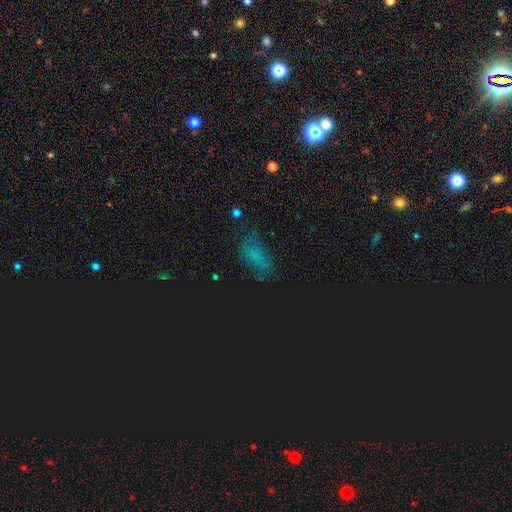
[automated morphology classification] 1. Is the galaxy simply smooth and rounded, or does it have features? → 50% smooth, 36% star or artifact, 15% featured or disk.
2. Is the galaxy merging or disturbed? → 57% none, 26% minor disturbance, 14% major disturbance, 3% merger.